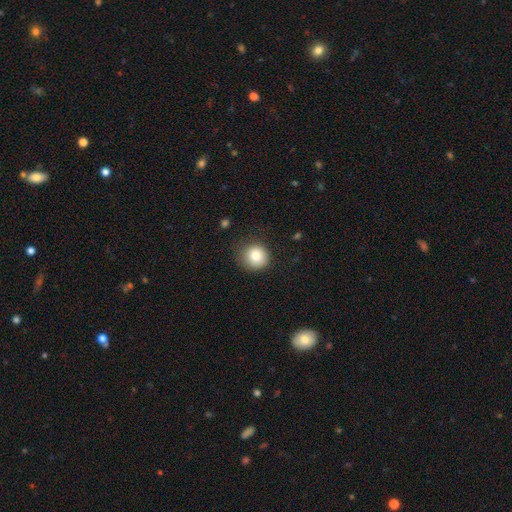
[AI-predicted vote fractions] Q: Smooth or featured?
A: smooth (82%); runner-up: star or artifact (10%)
Q: How rounded?
A: round (88%); runner-up: in between (11%)
Q: Merging?
A: none (78%); runner-up: minor disturbance (16%)